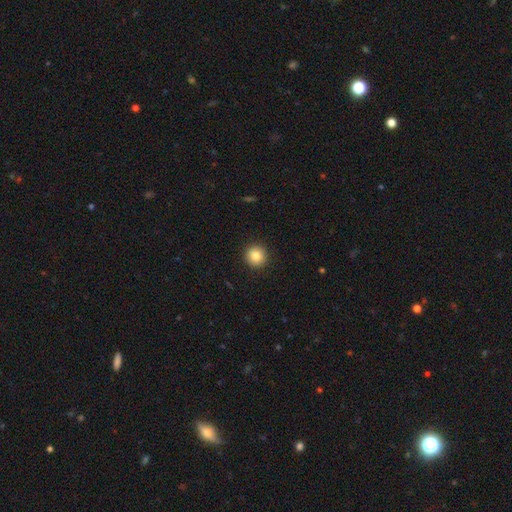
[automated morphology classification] Q: Smooth or featured?
A: smooth (83%); runner-up: star or artifact (10%)
Q: How rounded?
A: round (94%); runner-up: in between (5%)
Q: Merging?
A: none (93%); runner-up: minor disturbance (5%)